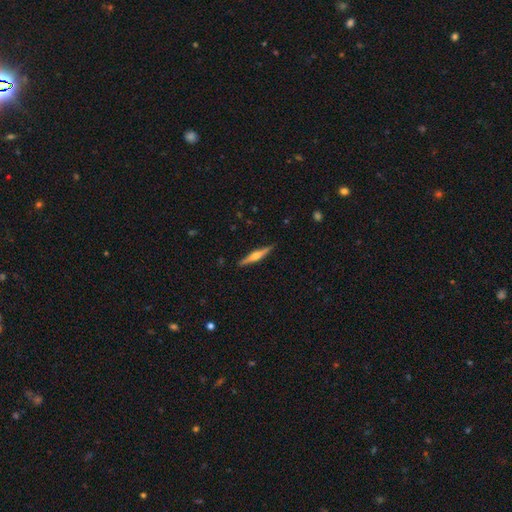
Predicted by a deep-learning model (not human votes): A featured or disk galaxy (68%) viewed edge-on (98%) with a rounded central bulge (85%). Merging: none (91%).